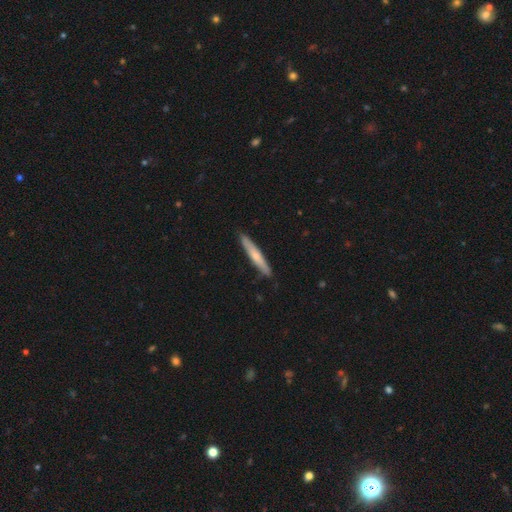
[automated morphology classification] A smooth galaxy with no disk features (56%) that is cigar-shaped (94%).

Vote fractions:
- Smooth or featured? smooth: 56% / featured or disk: 39% / star or artifact: 5%
- How rounded? cigar-shaped: 94% / in between: 5% / round: 1%
- Merging? none: 89% / minor disturbance: 8% / major disturbance: 1% / merger: 1%